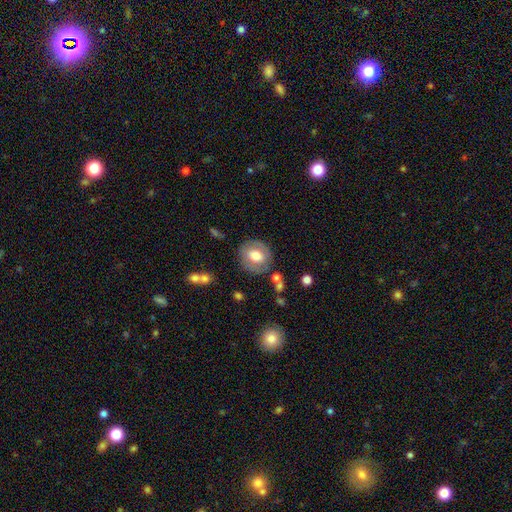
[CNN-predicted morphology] Smooth or featured?
  - smooth: 60% *
  - featured or disk: 33%
  - star or artifact: 7%
How rounded?
  - round: 78% *
  - in between: 21%
  - cigar-shaped: 1%
Merging?
  - none: 78% *
  - minor disturbance: 14%
  - major disturbance: 5%
  - merger: 4%